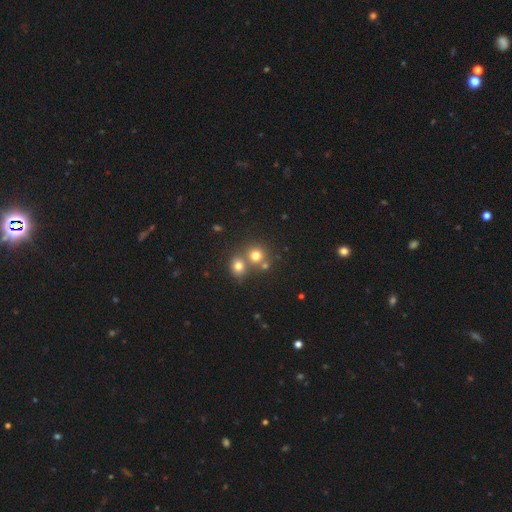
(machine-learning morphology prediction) The model was most divided on "merging": none: 54%, merger: 36%, minor disturbance: 7%, major disturbance: 3%. More confident: how rounded — round (86%); smooth or featured — smooth (73%).